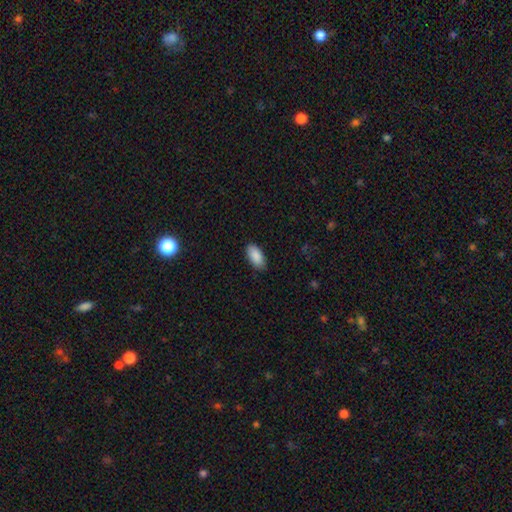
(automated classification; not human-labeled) smooth_or_featured: smooth (p=0.89) [alt: star or artifact p=0.06]
how_rounded: in between (p=0.94) [alt: cigar-shaped p=0.04]
merging: none (p=0.87) [alt: minor disturbance p=0.10]